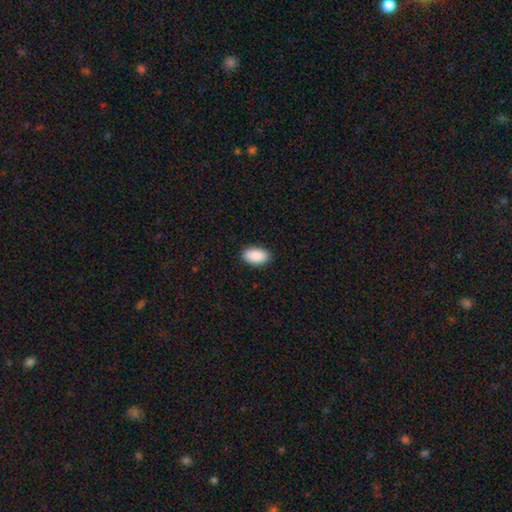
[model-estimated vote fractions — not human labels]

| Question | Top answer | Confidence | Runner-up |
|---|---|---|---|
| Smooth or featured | smooth | 91% | star or artifact (6%) |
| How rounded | in between | 95% | round (4%) |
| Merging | none | 88% | minor disturbance (9%) |